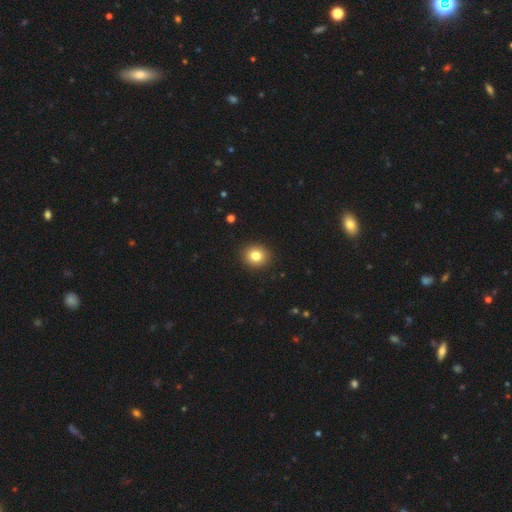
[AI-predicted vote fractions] This appears to be a smooth galaxy with no disk features (82%) that is round (79%). Merging: none (92%).